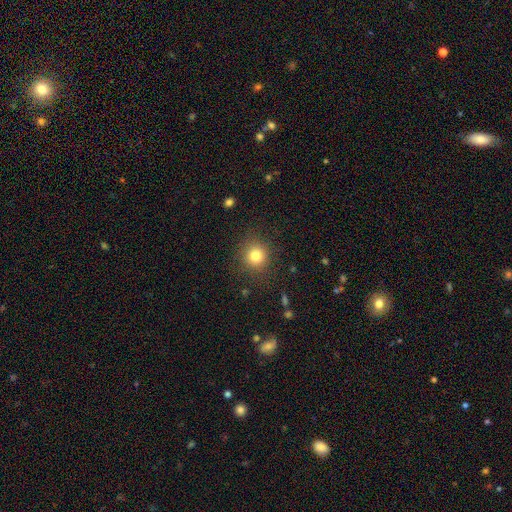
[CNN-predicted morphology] A smooth galaxy with no disk features (80%) that is round (91%). Merging: none (87%).